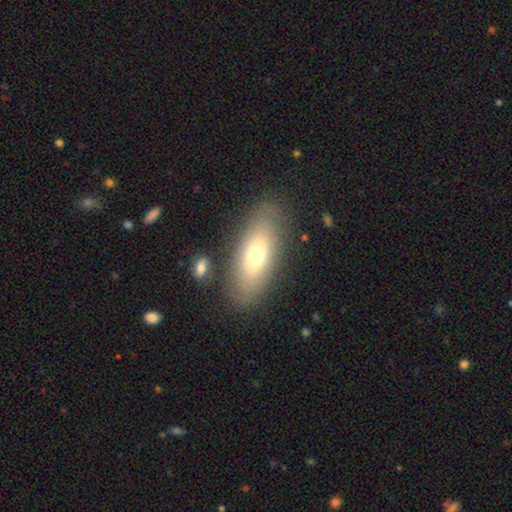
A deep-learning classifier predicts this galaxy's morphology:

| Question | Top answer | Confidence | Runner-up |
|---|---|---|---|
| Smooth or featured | smooth | 64% | featured or disk (28%) |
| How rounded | in between | 79% | cigar-shaped (17%) |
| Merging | none | 80% | minor disturbance (12%) |